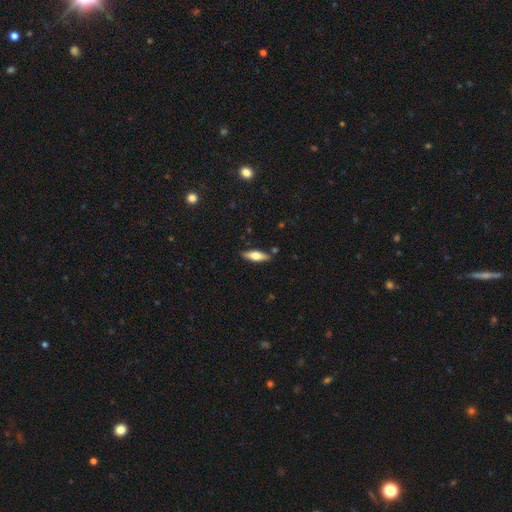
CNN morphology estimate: Q: Smooth or featured?
A: smooth (55%); runner-up: featured or disk (39%)
Q: How rounded?
A: in between (52%); runner-up: cigar-shaped (46%)
Q: Merging?
A: none (86%); runner-up: minor disturbance (10%)